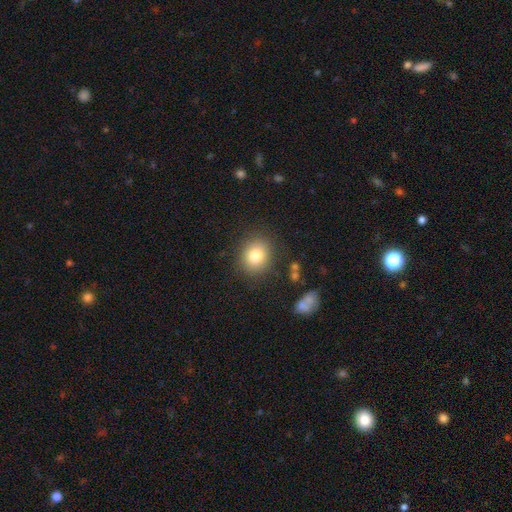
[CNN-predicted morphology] Smooth or featured? smooth (80%)
How rounded? round (75%)
Merging? none (86%)